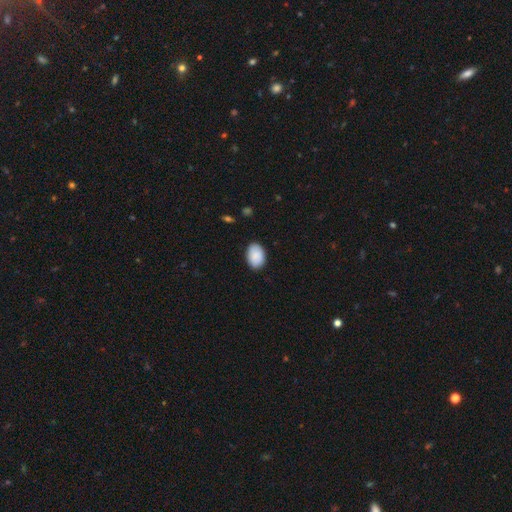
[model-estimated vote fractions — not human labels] Q: Smooth or featured?
A: smooth (90%); runner-up: star or artifact (6%)
Q: How rounded?
A: in between (87%); runner-up: round (12%)
Q: Merging?
A: none (86%); runner-up: minor disturbance (11%)